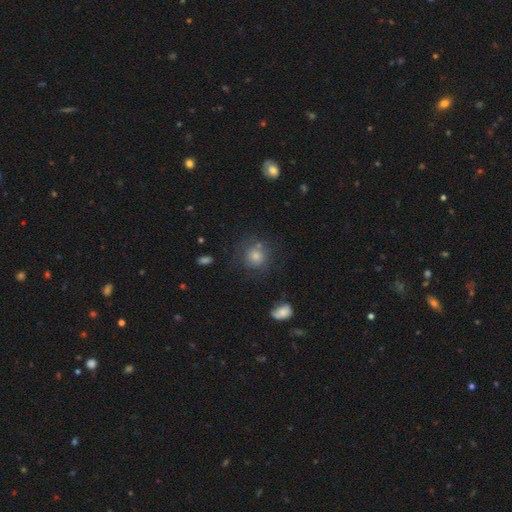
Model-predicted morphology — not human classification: This is likely a smooth galaxy (61%). How rounded: clearly round (89%). Merging: likely none (72%).